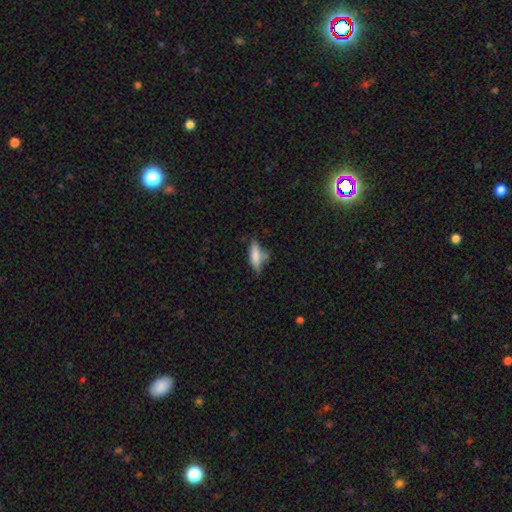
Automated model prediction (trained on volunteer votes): Morphology: type=smooth (71%); roundness=cigar-shaped (51%); merging=none (52%).